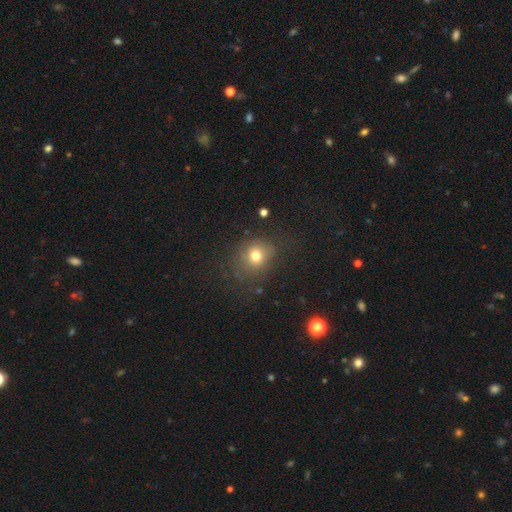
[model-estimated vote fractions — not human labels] Smooth or featured? Predicted: smooth (p=0.74). How rounded? Predicted: round (p=0.75). Merging? Predicted: none (p=0.75).